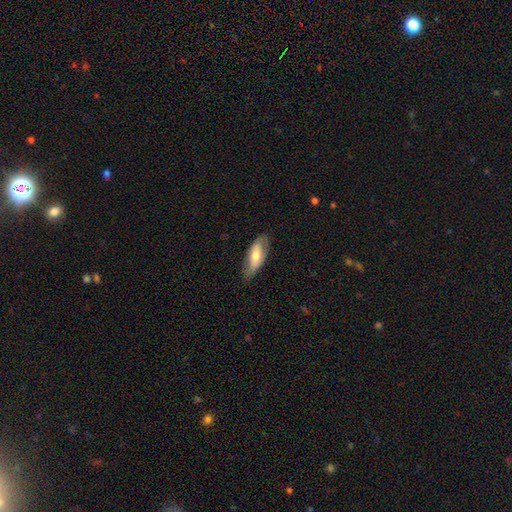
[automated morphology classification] This appears to be a smooth galaxy with no disk features (60%) that is in between round and cigar-shaped (76%). Merging: none (74%).